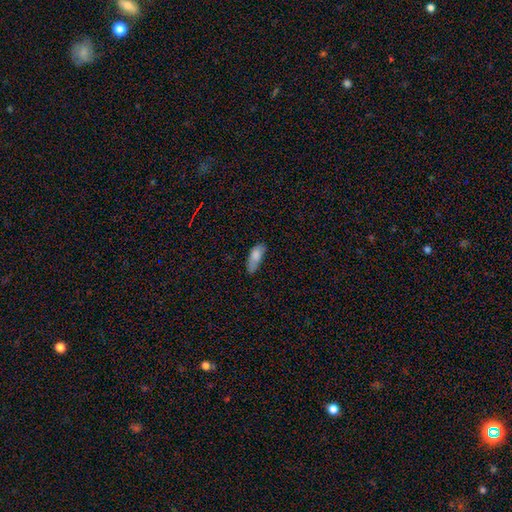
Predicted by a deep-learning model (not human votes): Q: Smooth or featured?
A: smooth (82%); runner-up: featured or disk (10%)
Q: How rounded?
A: in between (76%); runner-up: cigar-shaped (21%)
Q: Merging?
A: none (56%); runner-up: minor disturbance (32%)